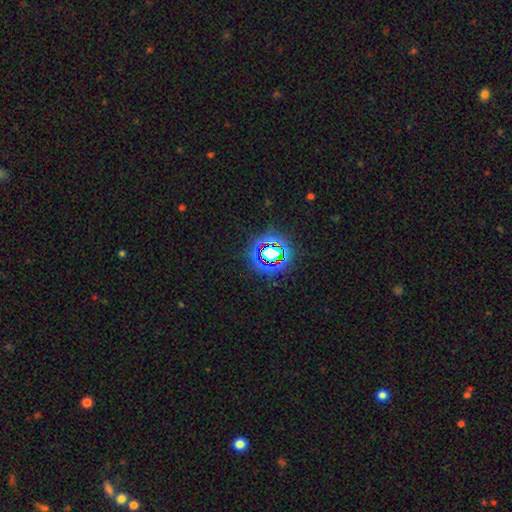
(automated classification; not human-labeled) This is likely a star or artifact rather than a galaxy (72%).